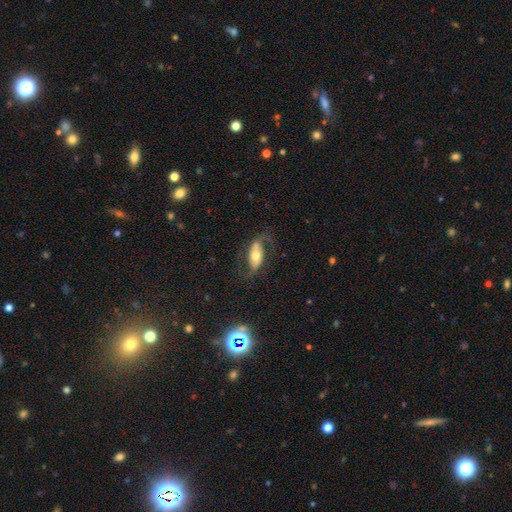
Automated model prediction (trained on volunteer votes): Morphology: type=featured or disk (64%); edge-on=no (89%); bar=no (40%); spiral arms=yes (81%); bulge=moderate (61%); merging=none (64%).